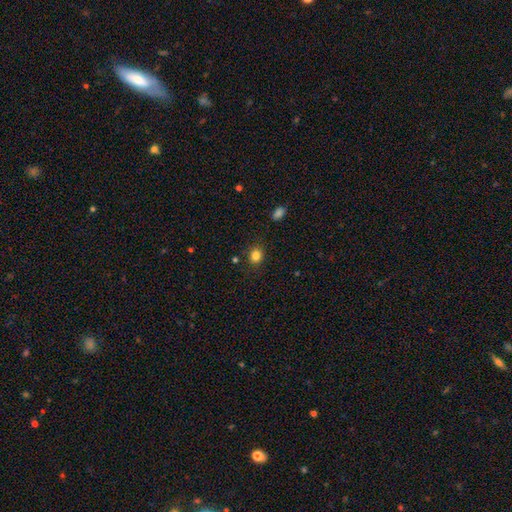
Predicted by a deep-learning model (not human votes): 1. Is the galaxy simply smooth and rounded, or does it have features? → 83% smooth, 12% star or artifact, 5% featured or disk.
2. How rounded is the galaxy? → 66% round, 33% in between, 1% cigar-shaped.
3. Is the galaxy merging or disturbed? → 86% none, 9% minor disturbance, 3% major disturbance, 2% merger.